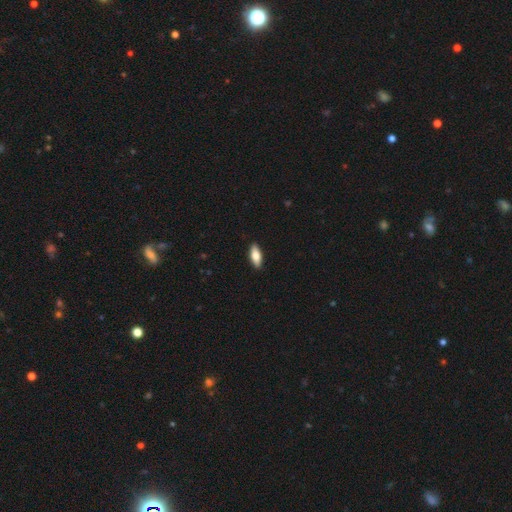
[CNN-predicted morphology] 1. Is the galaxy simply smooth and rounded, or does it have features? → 76% smooth, 18% featured or disk, 6% star or artifact.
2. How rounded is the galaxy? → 77% in between, 20% cigar-shaped, 2% round.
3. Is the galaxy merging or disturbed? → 90% none, 8% minor disturbance, 2% major disturbance, 1% merger.